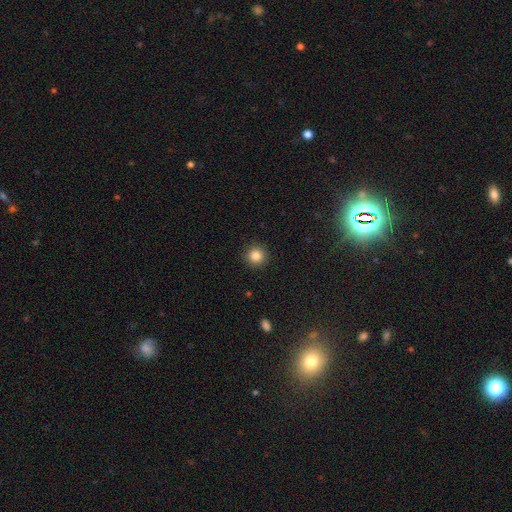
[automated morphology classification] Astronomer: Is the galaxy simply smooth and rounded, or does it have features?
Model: smooth — 85%.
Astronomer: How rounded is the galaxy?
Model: round — 95%.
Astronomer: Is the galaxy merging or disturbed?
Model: none — 92%.